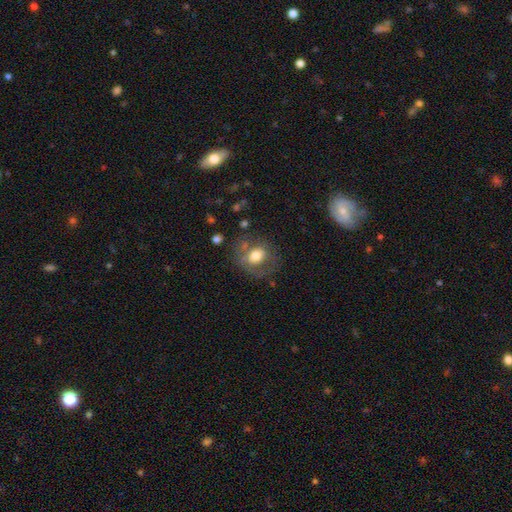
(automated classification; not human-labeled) smooth-or-featured: smooth: 62% | featured or disk: 29% | star or artifact: 9%
  how-rounded: round: 59% | in between: 40% | cigar-shaped: 1%
  merging: none: 58% | minor disturbance: 22% | major disturbance: 15% | merger: 5%